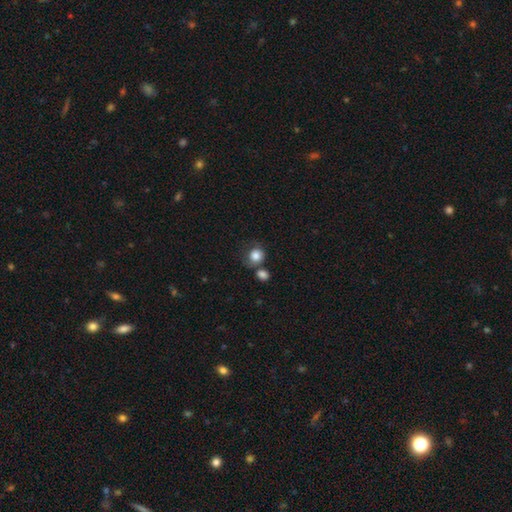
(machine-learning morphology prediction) type=smooth (82%); roundness=round (80%); merging=none (51%).